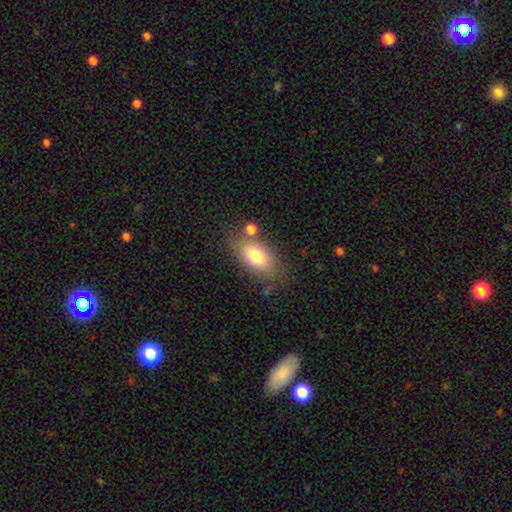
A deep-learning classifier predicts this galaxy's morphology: This appears to be a smooth galaxy with no disk features (77%) that is in between round and cigar-shaped (87%). Merging: none (68%).